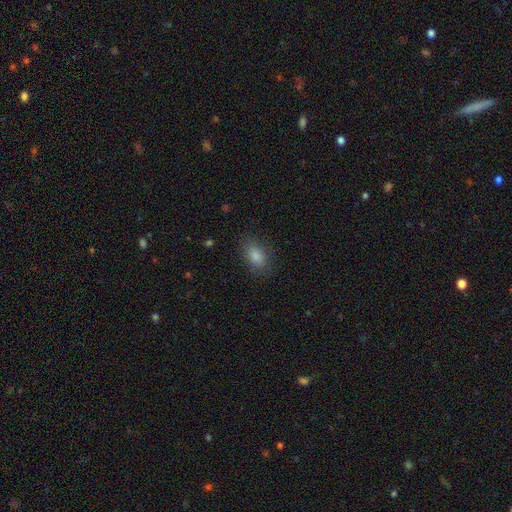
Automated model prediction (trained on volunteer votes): Q: Smooth or featured?
A: smooth (82%); runner-up: star or artifact (12%)
Q: How rounded?
A: in between (84%); runner-up: round (14%)
Q: Merging?
A: none (85%); runner-up: minor disturbance (11%)